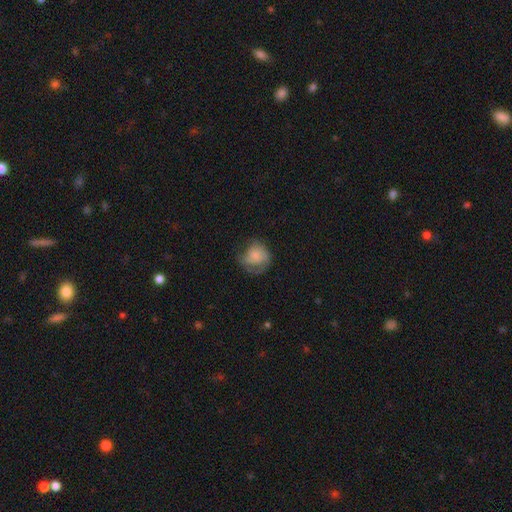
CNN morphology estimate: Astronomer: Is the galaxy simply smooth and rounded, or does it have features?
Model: smooth — 65%.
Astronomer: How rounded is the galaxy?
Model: round — 74%.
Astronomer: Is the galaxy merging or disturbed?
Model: none — 41% (runner-up: minor disturbance, 29%).